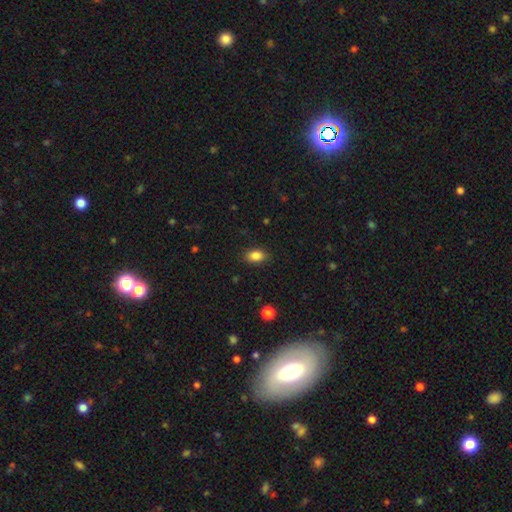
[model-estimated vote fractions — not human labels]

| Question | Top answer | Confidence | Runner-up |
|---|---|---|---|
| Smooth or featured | smooth | 86% | star or artifact (9%) |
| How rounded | in between | 85% | round (13%) |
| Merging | none | 87% | minor disturbance (10%) |